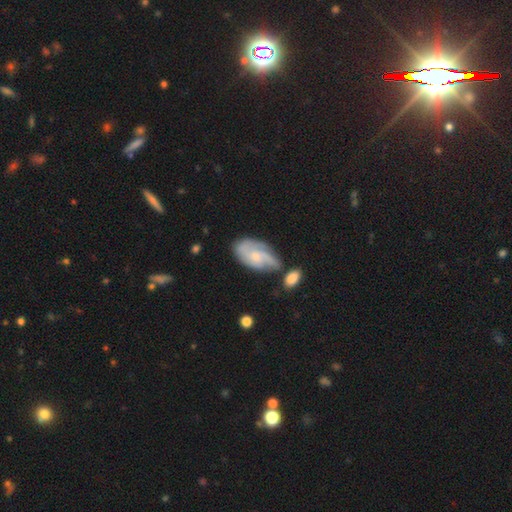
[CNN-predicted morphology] A featured or disk galaxy (67%) with no bar (67%), 2 (40%) medium (43%) spiral arms (88%) and a small central bulge (60%). Merging: none (49%).